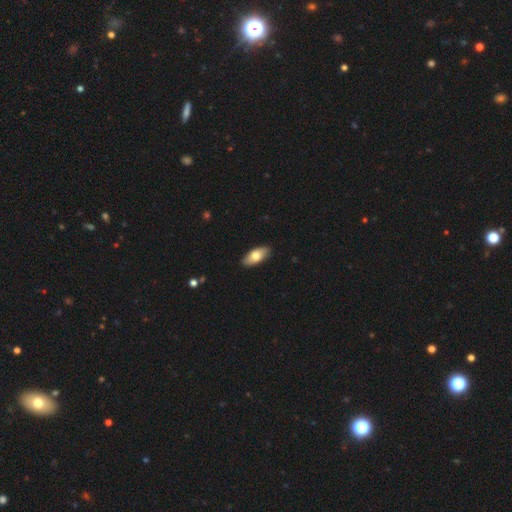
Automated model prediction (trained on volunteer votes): Smooth or featured? Predicted: smooth (p=0.73). How rounded? Predicted: in between (p=0.88). Merging? Predicted: none (p=0.89).